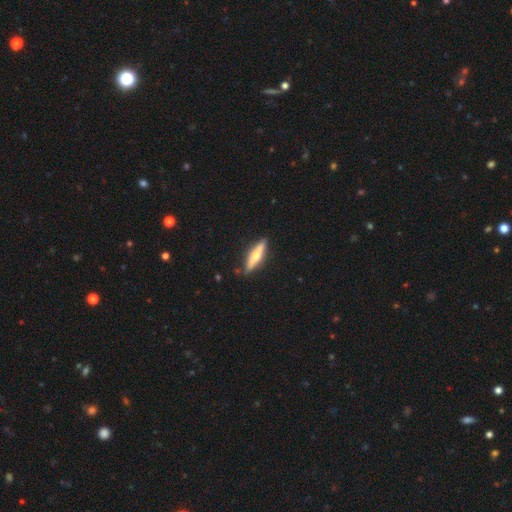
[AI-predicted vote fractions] Overall: featured or disk (53%; smooth 42%). Edge-on disk: yes (93%). Merging: none (85%).